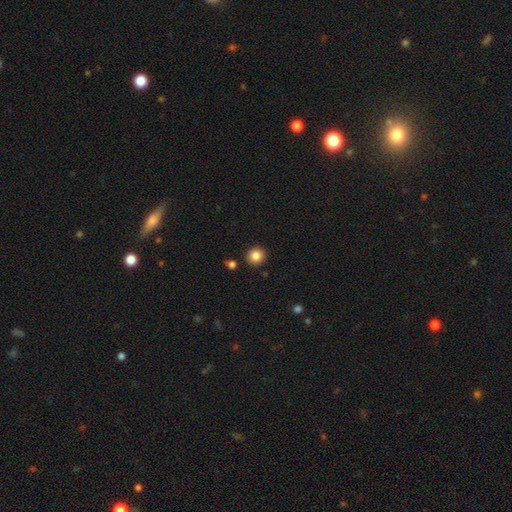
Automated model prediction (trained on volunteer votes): smooth-or-featured: smooth: 85% | star or artifact: 10% | featured or disk: 5%
  how-rounded: round: 91% | in between: 8% | cigar-shaped: 1%
  merging: none: 90% | minor disturbance: 6% | merger: 3% | major disturbance: 2%